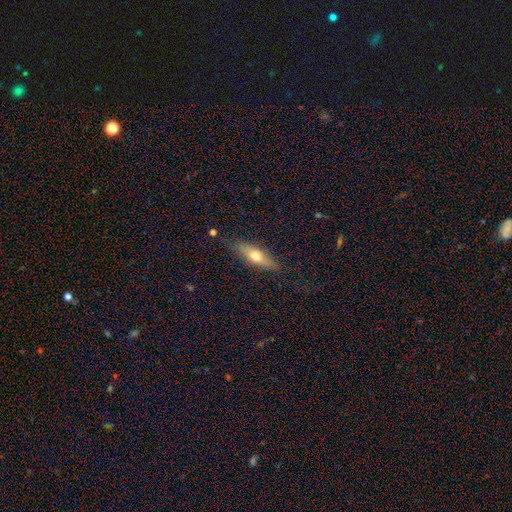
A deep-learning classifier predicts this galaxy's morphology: smooth 51%, featured or disk 42%, star or artifact 7%. Down the decision tree: how rounded — cigar-shaped (52%); merging — none (82%).